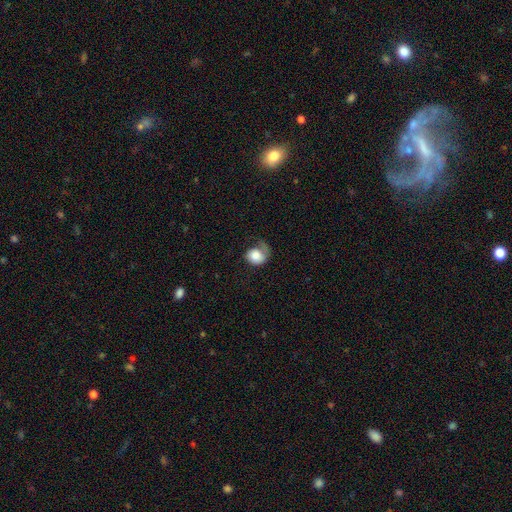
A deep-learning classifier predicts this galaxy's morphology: The model was most divided on "merging": major disturbance: 41%, none: 32%, minor disturbance: 23%, merger: 3%. More confident: how rounded — round (66%); smooth or featured — smooth (65%).